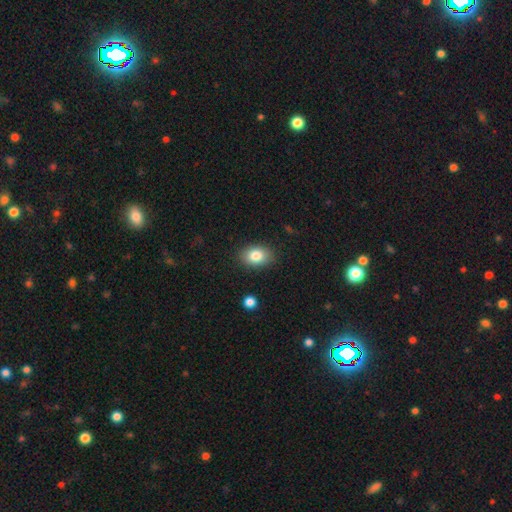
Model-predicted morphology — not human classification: Overall: smooth (82%). How rounded: in between (78%). Merging: none (87%).